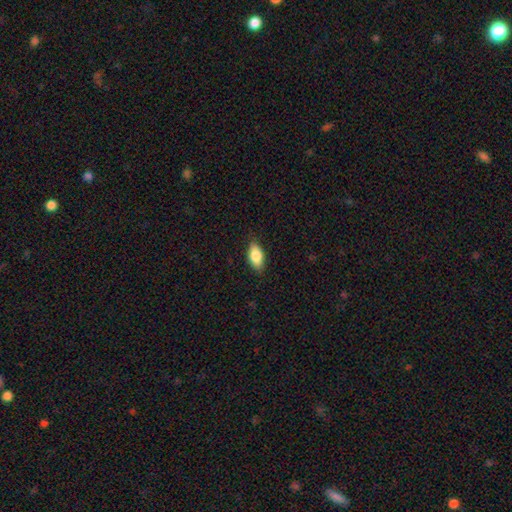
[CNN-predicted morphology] Overall: smooth (81%). How rounded: in between (88%). Merging: none (86%).